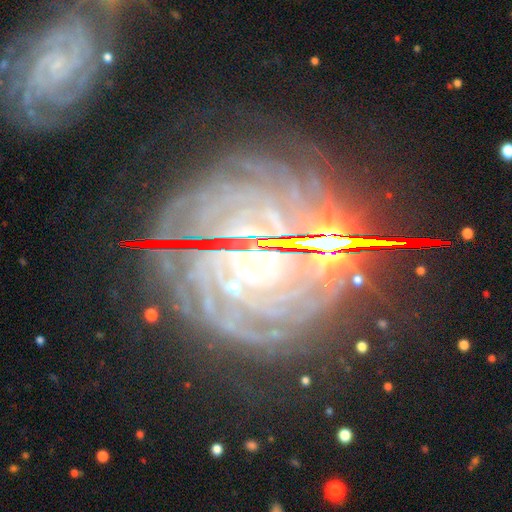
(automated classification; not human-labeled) Smooth or featured? Predicted: featured or disk (p=0.76). Edge-on disk? Predicted: no (p=0.96). Bar? Predicted: no (p=0.45). Spiral arms? Predicted: yes (p=0.96). Spiral winding? Predicted: tight (p=0.81). Spiral arm count? Predicted: more than 4 (p=0.26). Bulge size? Predicted: small (p=0.57). Merging? Predicted: none (p=0.73).